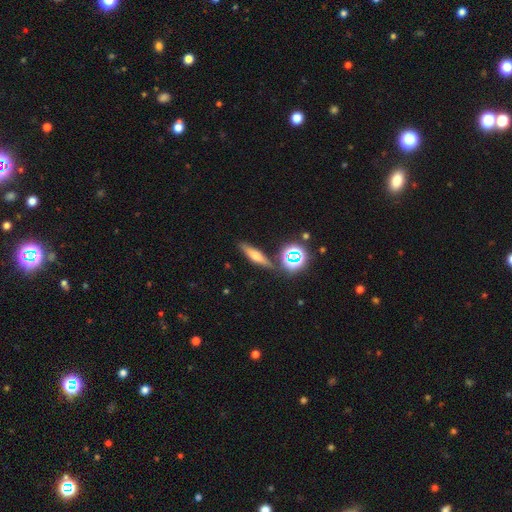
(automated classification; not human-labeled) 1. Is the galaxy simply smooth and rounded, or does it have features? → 46% smooth, 38% featured or disk, 17% star or artifact.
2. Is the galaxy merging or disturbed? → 82% none, 9% minor disturbance, 5% merger, 3% major disturbance.